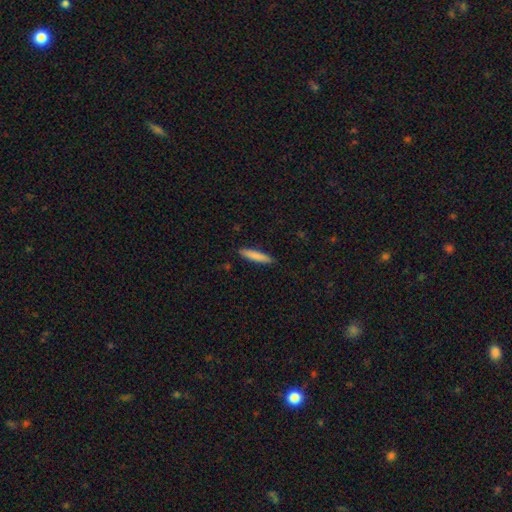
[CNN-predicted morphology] A smooth galaxy with no disk features (82%) that is cigar-shaped (88%). Merging: none (90%).